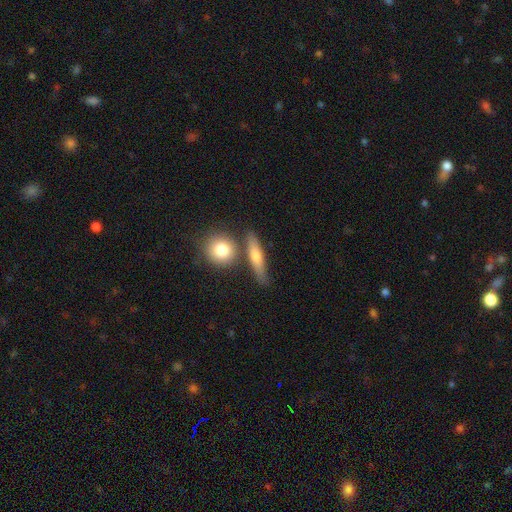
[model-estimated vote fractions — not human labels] Morphology: type=smooth (57%); roundness=cigar-shaped (57%); merging=none (72%).